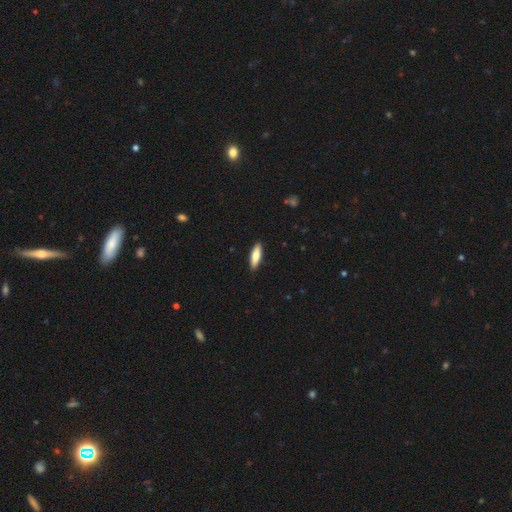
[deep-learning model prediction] The model was most divided on "how rounded": cigar-shaped: 59%, in between: 39%, round: 2%. More confident: merging — none (90%); smooth or featured — smooth (74%).